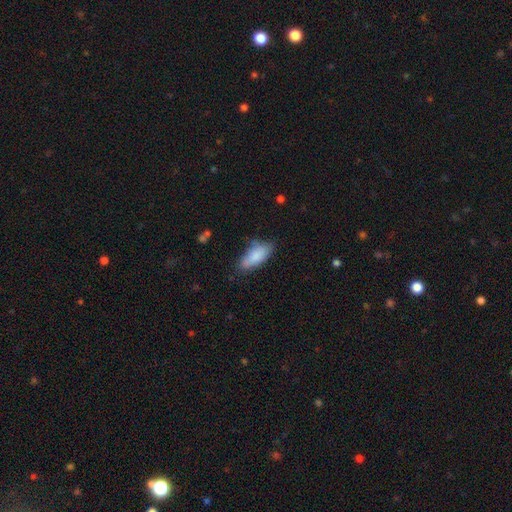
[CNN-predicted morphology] Q: Smooth or featured?
A: smooth (84%); runner-up: featured or disk (10%)
Q: How rounded?
A: in between (80%); runner-up: cigar-shaped (18%)
Q: Merging?
A: none (65%); runner-up: minor disturbance (25%)